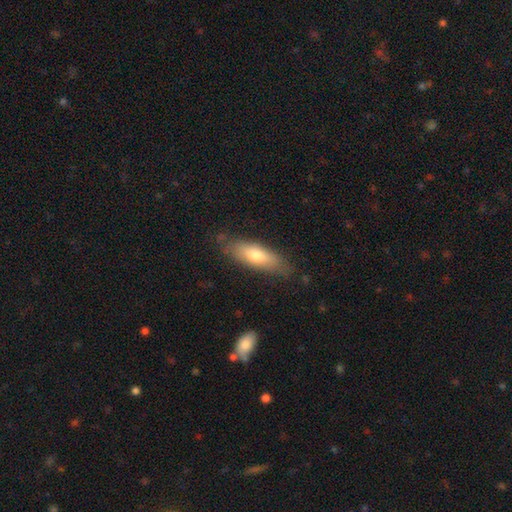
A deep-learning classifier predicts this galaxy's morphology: type=smooth (69%); roundness=in between (57%); merging=none (77%).